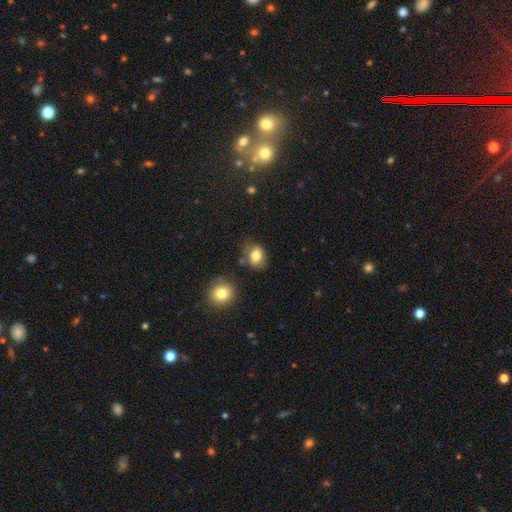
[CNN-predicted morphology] Q: Smooth or featured?
A: smooth (80%); runner-up: featured or disk (10%)
Q: How rounded?
A: in between (58%); runner-up: round (41%)
Q: Merging?
A: none (66%); runner-up: minor disturbance (22%)